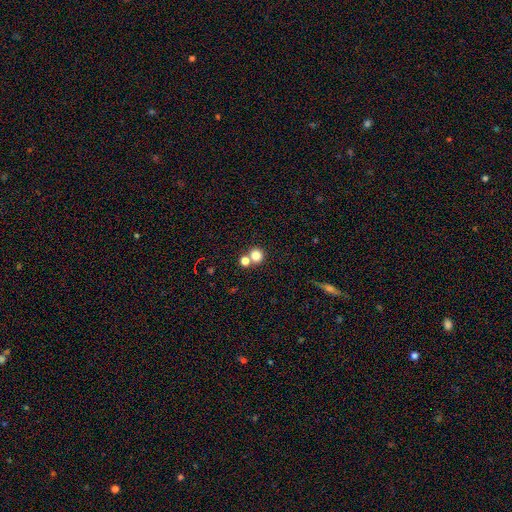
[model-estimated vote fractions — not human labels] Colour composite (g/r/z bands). It shows a smooth galaxy with no disk features (79%) that is round (91%). Merging: none (59%).